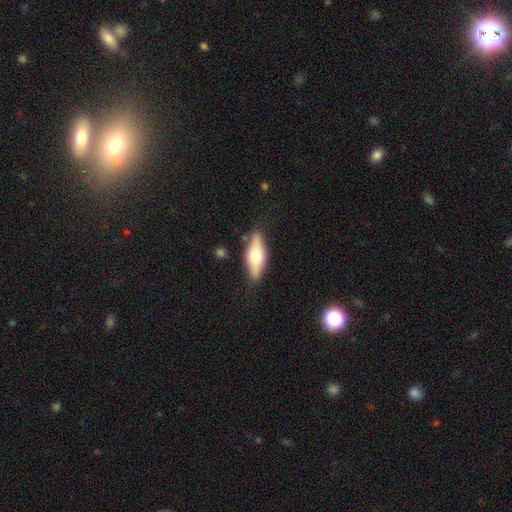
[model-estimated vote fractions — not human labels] A smooth galaxy with no disk features (53%) that is in between round and cigar-shaped (66%).

Vote fractions:
- Smooth or featured? smooth: 53% / featured or disk: 41% / star or artifact: 6%
- How rounded? in between: 66% / cigar-shaped: 31% / round: 3%
- Merging? none: 79% / minor disturbance: 15% / major disturbance: 3% / merger: 3%